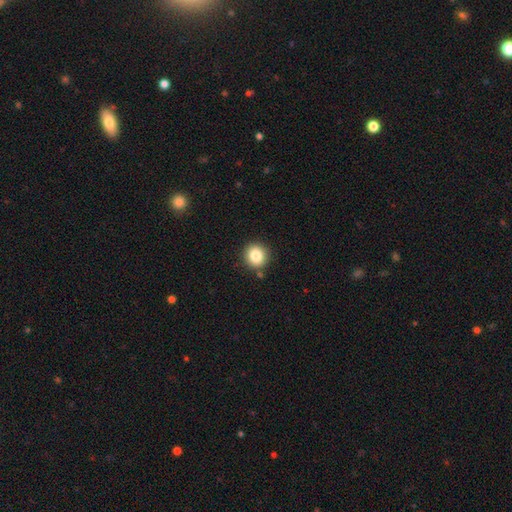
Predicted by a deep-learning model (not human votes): Smooth or featured? Predicted: smooth (p=0.84). How rounded? Predicted: round (p=0.90). Merging? Predicted: none (p=0.87).